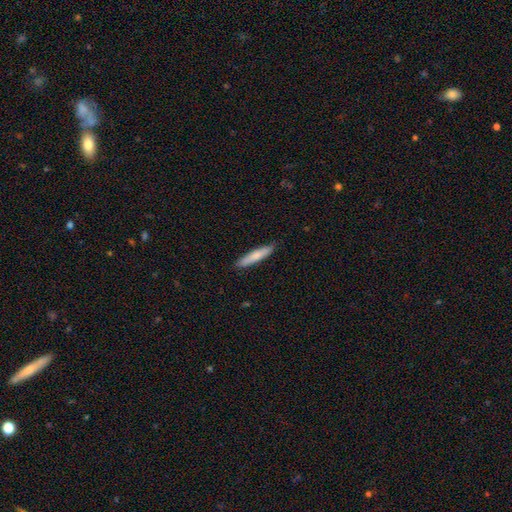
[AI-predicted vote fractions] Morphology: type=smooth (77%); roundness=cigar-shaped (89%); merging=none (89%).